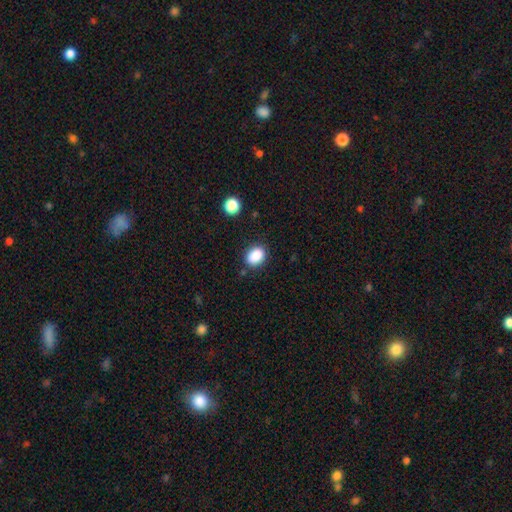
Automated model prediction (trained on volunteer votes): Q: Smooth or featured?
A: smooth (87%); runner-up: star or artifact (9%)
Q: How rounded?
A: in between (65%); runner-up: round (34%)
Q: Merging?
A: none (83%); runner-up: minor disturbance (12%)